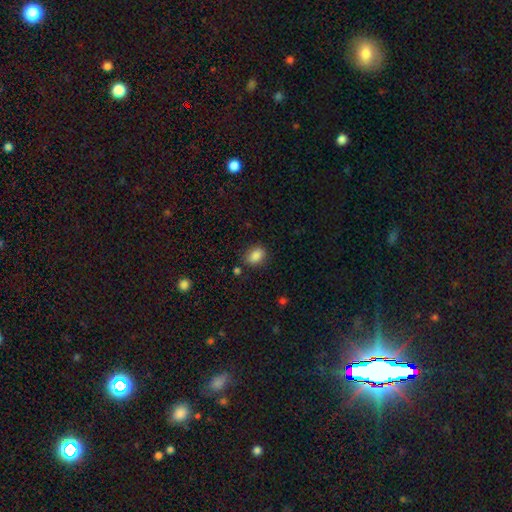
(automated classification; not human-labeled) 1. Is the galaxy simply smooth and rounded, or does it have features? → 87% smooth, 9% star or artifact, 4% featured or disk.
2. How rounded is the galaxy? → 77% in between, 21% round, 2% cigar-shaped.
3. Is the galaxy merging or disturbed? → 81% none, 13% minor disturbance, 3% major disturbance, 3% merger.